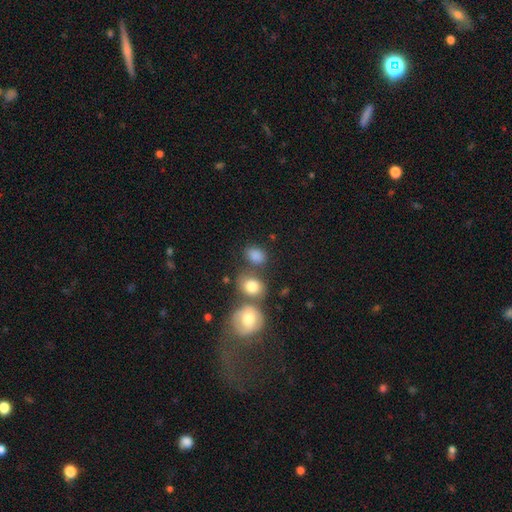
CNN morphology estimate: A smooth galaxy with no disk features (83%) that is in between round and cigar-shaped (67%).

Vote fractions:
- Smooth or featured? smooth: 83% / star or artifact: 10% / featured or disk: 8%
- How rounded? in between: 67% / round: 32% / cigar-shaped: 1%
- Merging? none: 57% / merger: 23% / minor disturbance: 14% / major disturbance: 6%